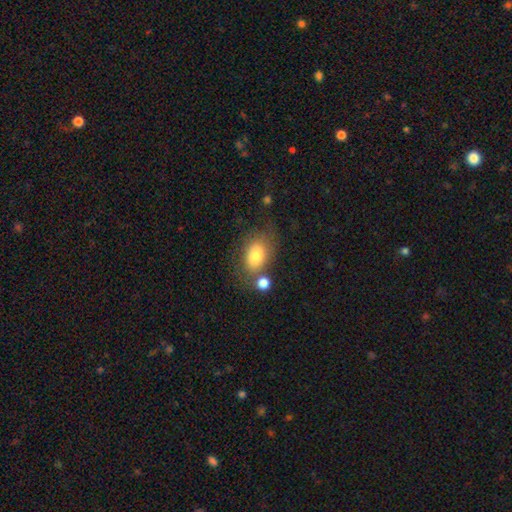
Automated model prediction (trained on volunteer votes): Smooth or featured?
  - smooth: 79% *
  - featured or disk: 13%
  - star or artifact: 8%
How rounded?
  - in between: 83% *
  - round: 16%
  - cigar-shaped: 2%
Merging?
  - none: 57% *
  - minor disturbance: 19%
  - merger: 16%
  - major disturbance: 9%